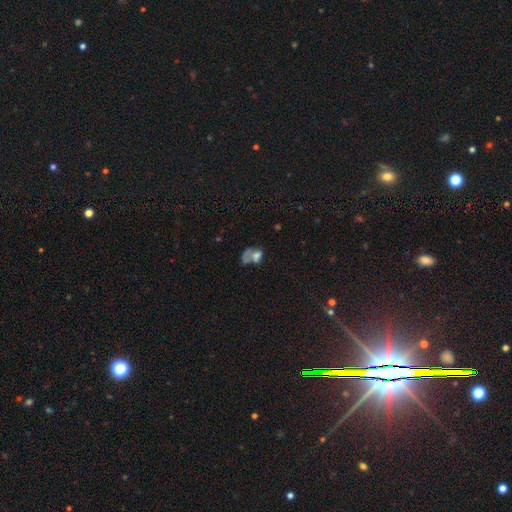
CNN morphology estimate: smooth_or_featured: smooth (p=0.50) [alt: featured or disk p=0.34]
merging: major disturbance (p=0.34) [alt: merger p=0.33]